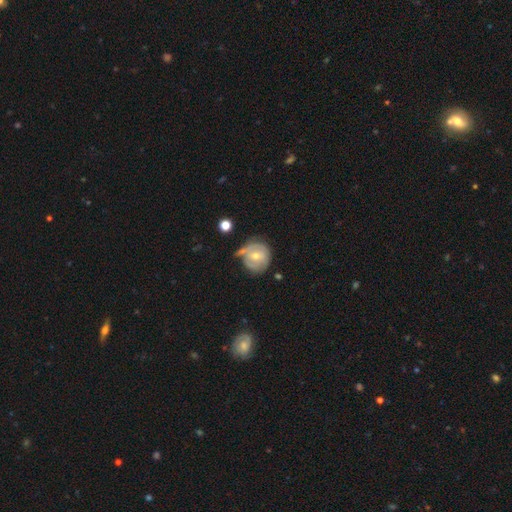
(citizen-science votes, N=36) This is likely a featured or disk galaxy (69%). It is clearly not viewed edge-on (96%). Bar: possibly weak (46%). Spiral arm pattern: likely yes (62%). Spiral arm count: possibly 2 (53%). Spiral winding: marginally medium (40%). Central bulge: possibly moderate (58%). Merging: likely none (69%).